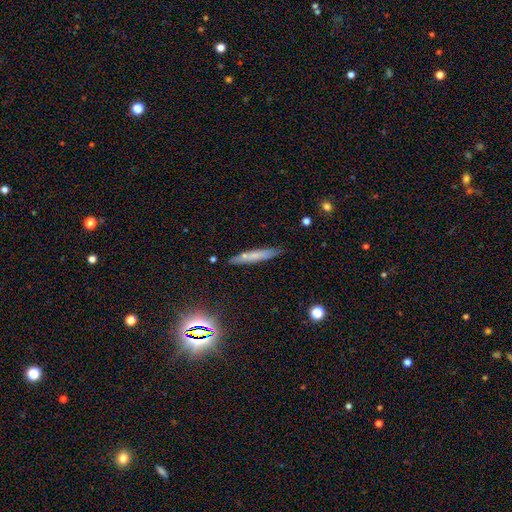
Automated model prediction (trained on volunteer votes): Smooth or featured?
  - smooth: 62% *
  - featured or disk: 28%
  - star or artifact: 10%
How rounded?
  - cigar-shaped: 93% *
  - in between: 5%
  - round: 2%
Merging?
  - none: 82% *
  - minor disturbance: 12%
  - merger: 3%
  - major disturbance: 2%